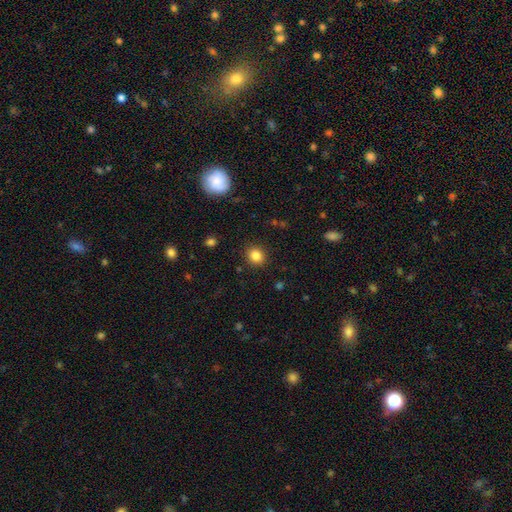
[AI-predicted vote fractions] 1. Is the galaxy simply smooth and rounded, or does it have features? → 84% smooth, 11% star or artifact, 5% featured or disk.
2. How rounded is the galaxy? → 75% round, 24% in between, 1% cigar-shaped.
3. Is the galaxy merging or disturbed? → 89% none, 7% minor disturbance, 2% major disturbance, 1% merger.